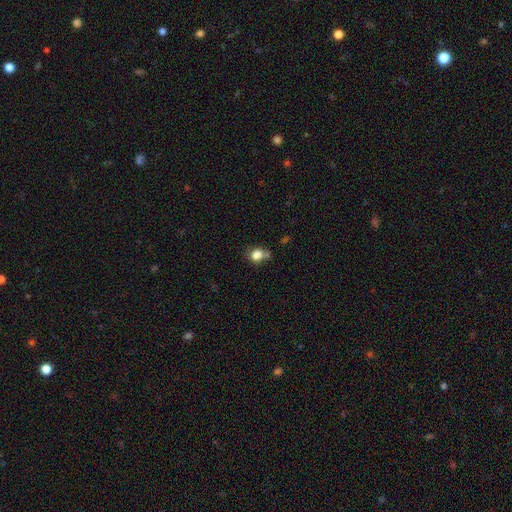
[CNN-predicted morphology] This is likely a smooth galaxy (80%). How rounded: possibly round (58%). Merging: possibly none (47%).